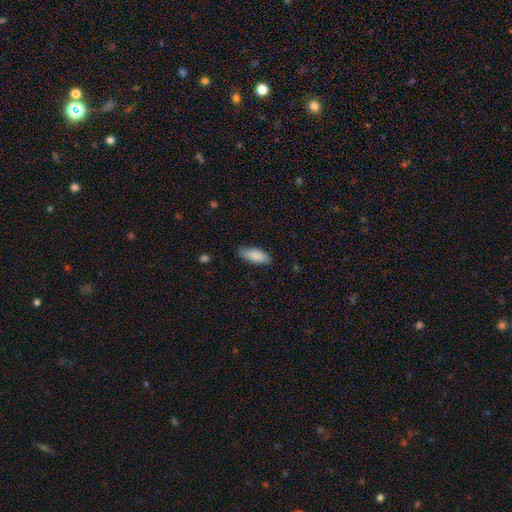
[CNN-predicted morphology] This is clearly a smooth galaxy (88%). How rounded: likely in between (76%). Merging: clearly none (81%).